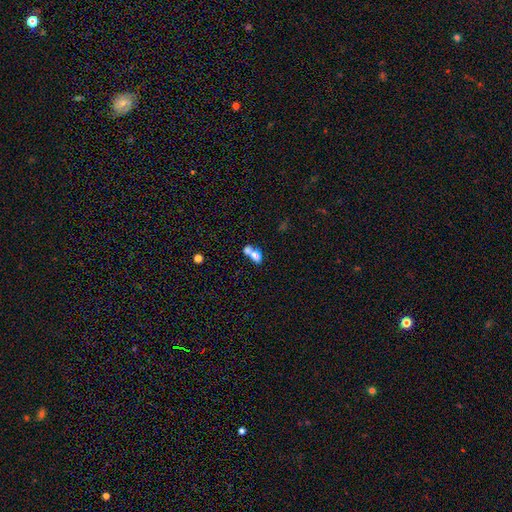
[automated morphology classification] Smooth or featured? smooth (72%)
How rounded? in between (80%)
Merging? merger (66%)